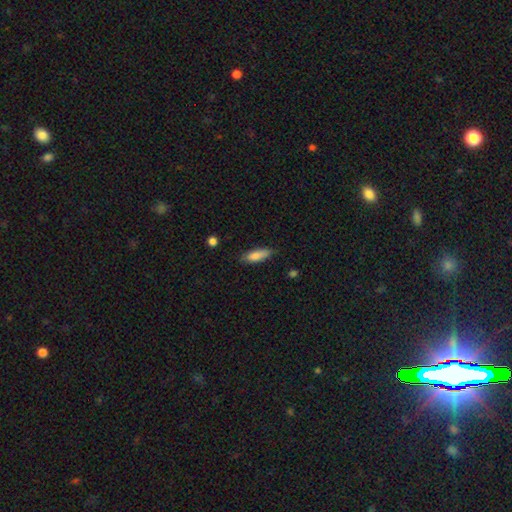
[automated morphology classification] The model was most divided on "how rounded": in between: 58%, cigar-shaped: 40%, round: 2%. More confident: smooth or featured — smooth (82%); merging — none (74%).